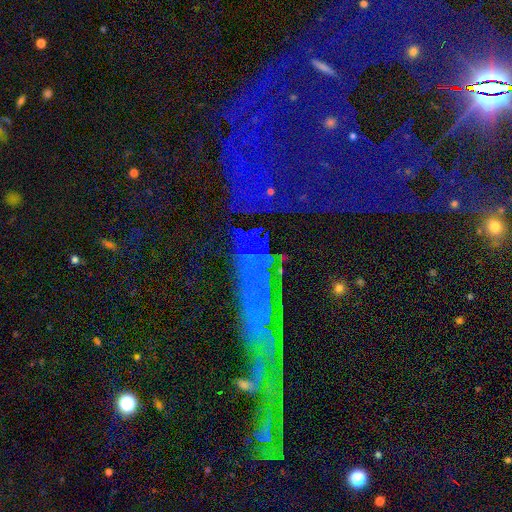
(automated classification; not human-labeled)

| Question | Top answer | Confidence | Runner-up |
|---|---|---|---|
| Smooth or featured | star or artifact | 73% | featured or disk (14%) |